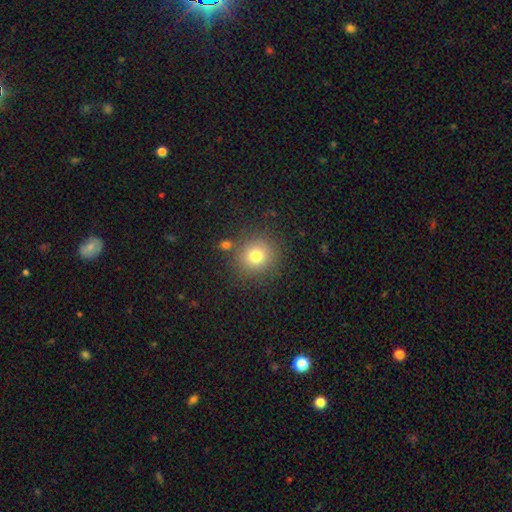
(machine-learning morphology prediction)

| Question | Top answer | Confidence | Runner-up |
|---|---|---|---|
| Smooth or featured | smooth | 77% | star or artifact (14%) |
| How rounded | round | 91% | in between (9%) |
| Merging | none | 84% | minor disturbance (8%) |